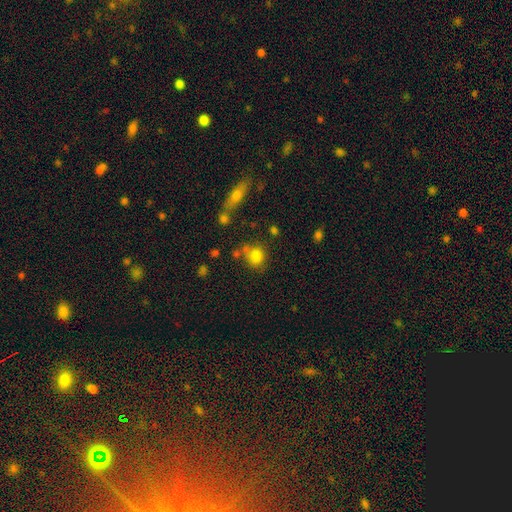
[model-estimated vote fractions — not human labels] Q: Smooth or featured?
A: smooth (80%); runner-up: star or artifact (12%)
Q: How rounded?
A: round (76%); runner-up: in between (22%)
Q: Merging?
A: none (63%); runner-up: merger (16%)